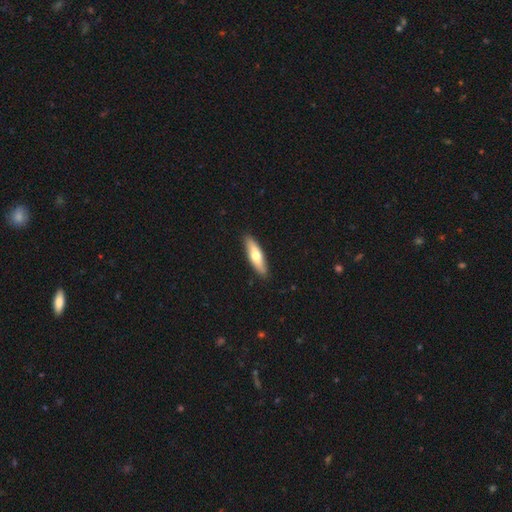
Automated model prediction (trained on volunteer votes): Smooth or featured? Predicted: smooth (p=0.59). How rounded? Predicted: cigar-shaped (p=0.61). Merging? Predicted: none (p=0.90).